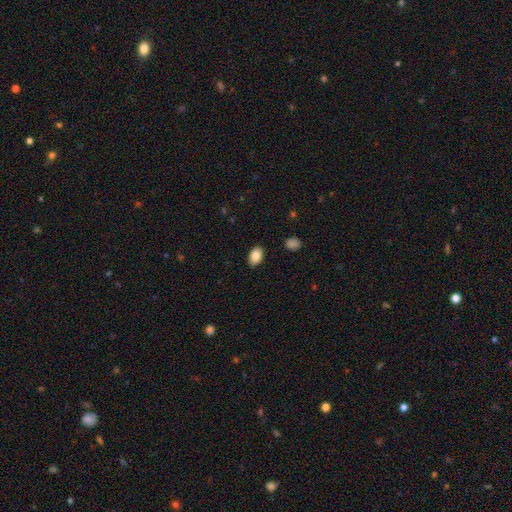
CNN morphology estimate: This is clearly a smooth galaxy (86%). How rounded: clearly in between (89%). Merging: clearly none (88%).